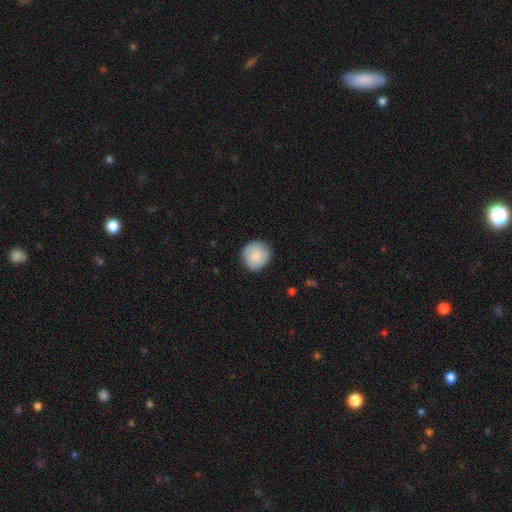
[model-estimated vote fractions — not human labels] Smooth or featured: smooth — 84% (featured or disk — 10%)
How rounded: round — 90% (in between — 9%)
Merging: none — 83% (minor disturbance — 13%)